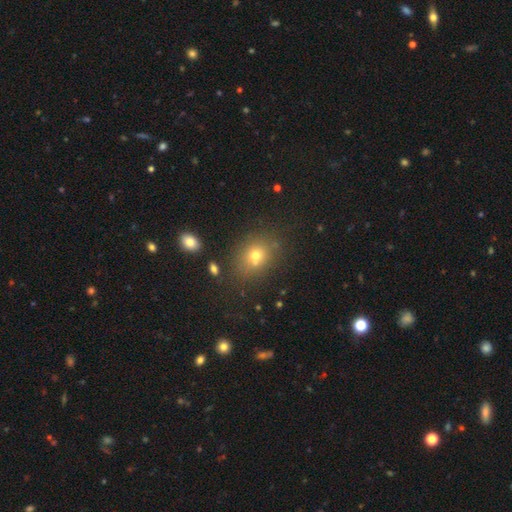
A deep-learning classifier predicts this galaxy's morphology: Q: Smooth or featured?
A: smooth (68%); runner-up: star or artifact (18%)
Q: How rounded?
A: round (55%); runner-up: in between (44%)
Q: Merging?
A: none (69%); runner-up: merger (13%)